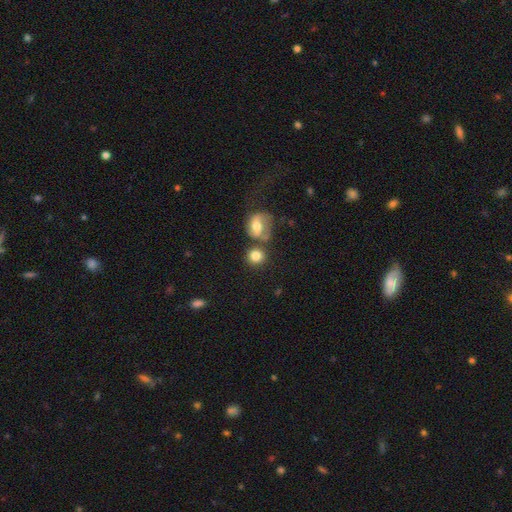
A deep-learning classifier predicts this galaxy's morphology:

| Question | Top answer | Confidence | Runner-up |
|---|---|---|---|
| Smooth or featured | smooth | 81% | featured or disk (10%) |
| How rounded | round | 84% | in between (15%) |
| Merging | none | 57% | merger (26%) |